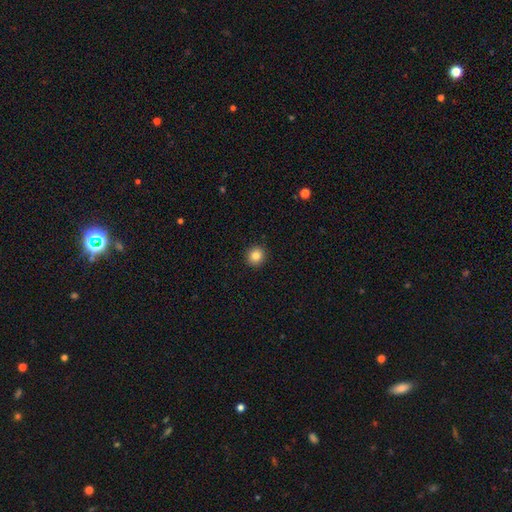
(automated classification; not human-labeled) smooth_or_featured: smooth (p=0.84) [alt: star or artifact p=0.10]
how_rounded: round (p=0.93) [alt: in between p=0.06]
merging: none (p=0.93) [alt: minor disturbance p=0.05]